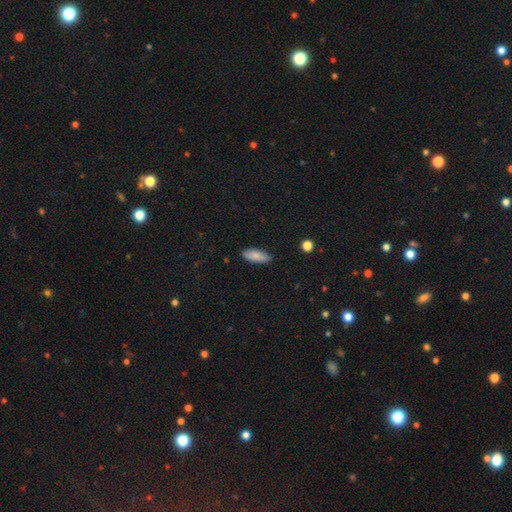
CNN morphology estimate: smooth 86%, featured or disk 7%, star or artifact 7%. Down the decision tree: how rounded — in between (71%); merging — none (86%).